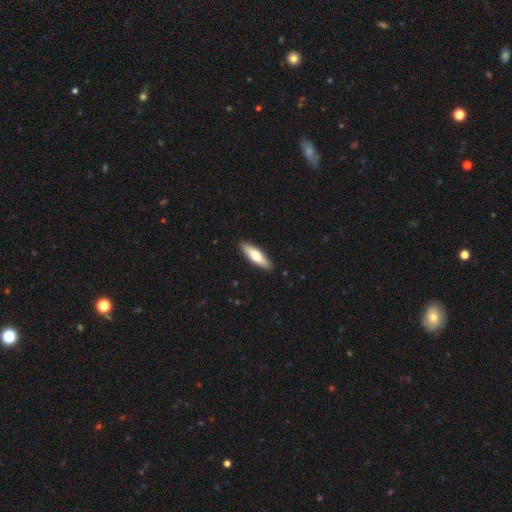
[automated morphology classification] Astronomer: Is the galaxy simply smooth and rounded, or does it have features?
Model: smooth — 62%.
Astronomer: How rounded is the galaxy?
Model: cigar-shaped — 59% (runner-up: in between, 39%).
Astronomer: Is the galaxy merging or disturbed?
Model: none — 90%.